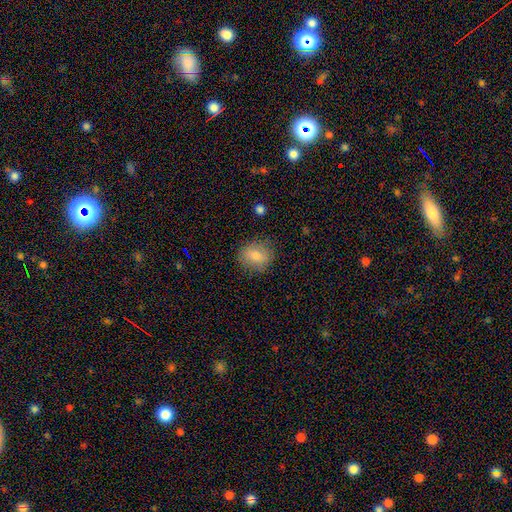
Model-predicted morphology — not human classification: Smooth or featured: smooth — 77% (featured or disk — 14%)
How rounded: round — 66% (in between — 33%)
Merging: none — 83% (minor disturbance — 12%)